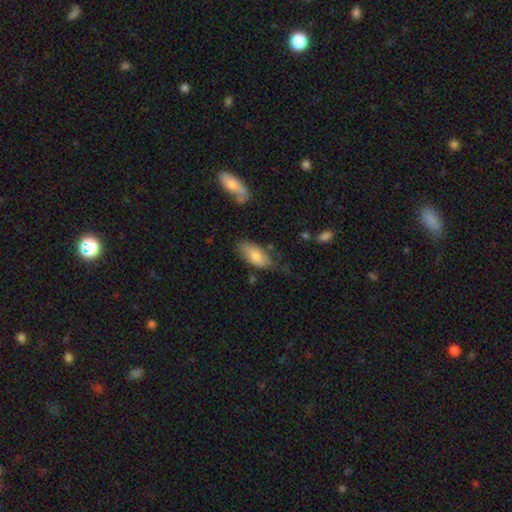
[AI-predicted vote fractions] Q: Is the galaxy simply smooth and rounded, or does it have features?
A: smooth — 75%.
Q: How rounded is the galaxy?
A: in between — 89%.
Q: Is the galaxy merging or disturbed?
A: none — 60%.